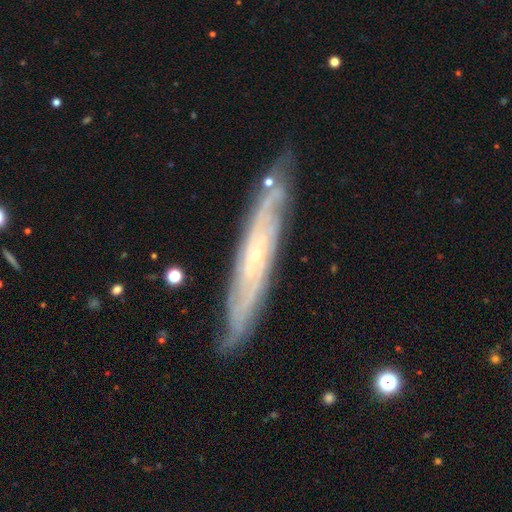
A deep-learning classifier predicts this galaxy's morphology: The model was most divided on "edge-on disk": no: 56%, yes: 44%. More confident: smooth or featured — featured or disk (80%); merging — none (80%).